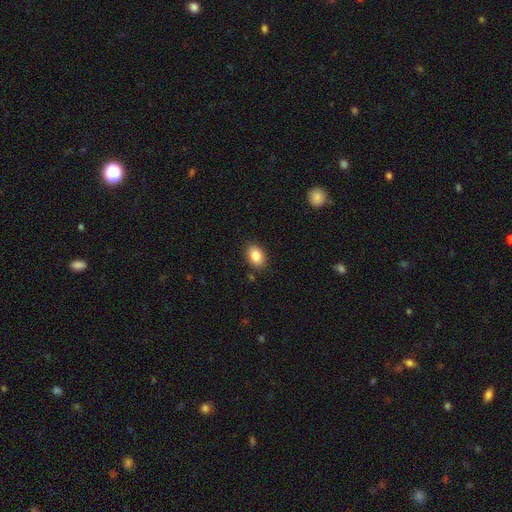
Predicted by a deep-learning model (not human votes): Smooth or featured? Predicted: smooth (p=0.85). How rounded? Predicted: in between (p=0.80). Merging? Predicted: none (p=0.86).